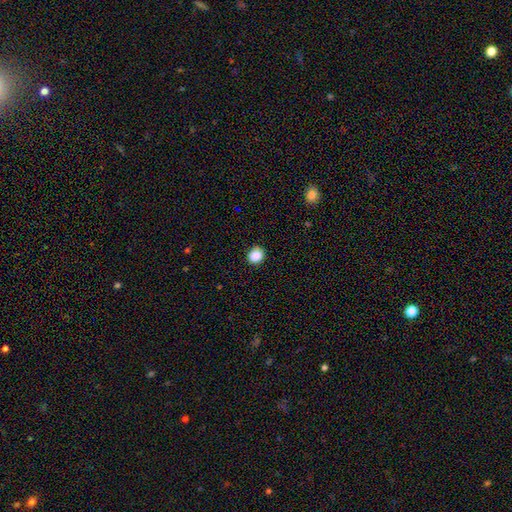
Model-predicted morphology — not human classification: Smooth or featured? smooth (87%)
How rounded? round (73%)
Merging? none (88%)